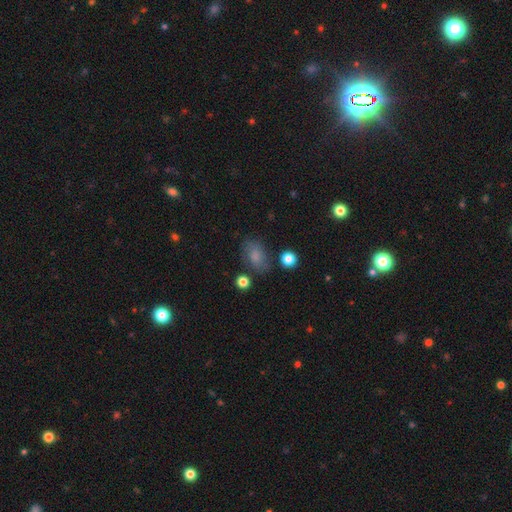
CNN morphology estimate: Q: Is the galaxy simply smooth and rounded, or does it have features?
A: smooth — 78%.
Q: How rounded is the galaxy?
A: in between — 84%.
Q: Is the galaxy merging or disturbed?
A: none — 68%.